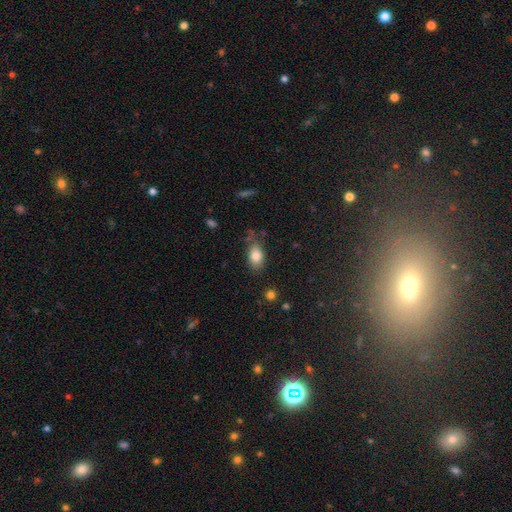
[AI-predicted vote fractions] Smooth or featured? smooth (82%)
How rounded? in between (87%)
Merging? none (66%)